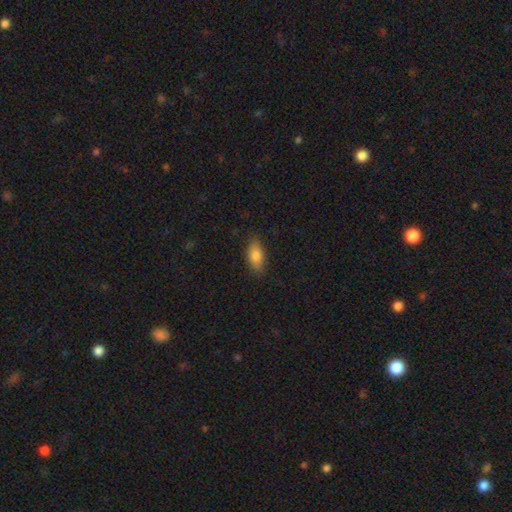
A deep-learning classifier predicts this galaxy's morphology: Q: Smooth or featured?
A: smooth (81%); runner-up: featured or disk (11%)
Q: How rounded?
A: in between (87%); runner-up: cigar-shaped (8%)
Q: Merging?
A: none (84%); runner-up: minor disturbance (12%)